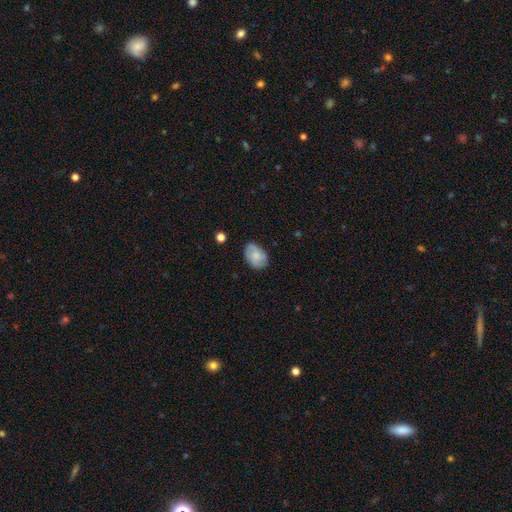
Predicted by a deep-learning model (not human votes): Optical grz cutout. It shows a smooth galaxy with no disk features (59%) that is in between round and cigar-shaped (83%). Merging: none (74%).